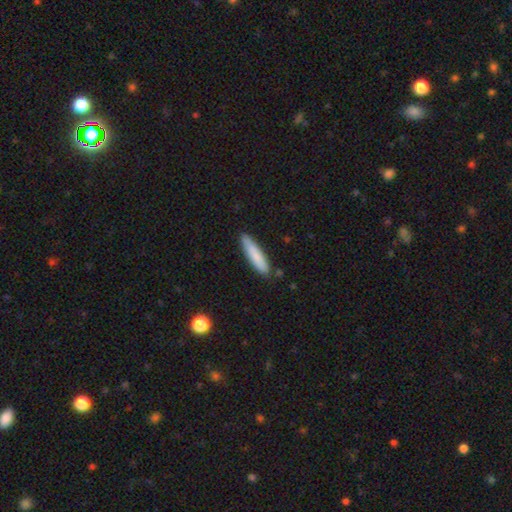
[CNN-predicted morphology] Overall: smooth (81%). How rounded: cigar-shaped (82%). Merging: none (84%).